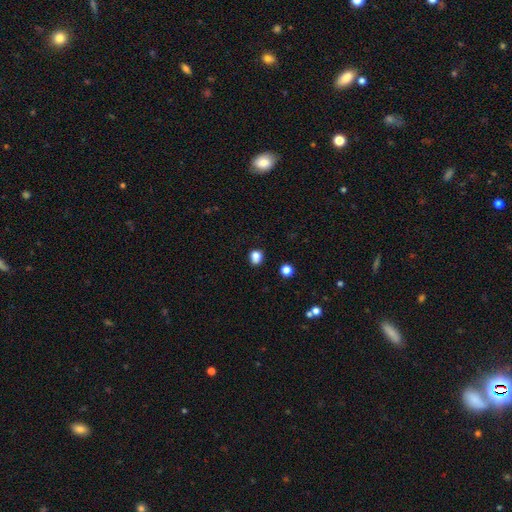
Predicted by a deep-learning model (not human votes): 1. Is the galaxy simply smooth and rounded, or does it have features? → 81% smooth, 12% star or artifact, 7% featured or disk.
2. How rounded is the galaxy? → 65% round, 34% in between, 1% cigar-shaped.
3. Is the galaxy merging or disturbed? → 66% none, 20% minor disturbance, 8% merger, 5% major disturbance.